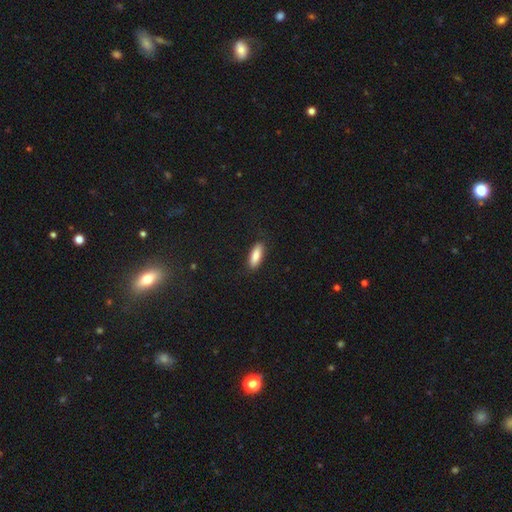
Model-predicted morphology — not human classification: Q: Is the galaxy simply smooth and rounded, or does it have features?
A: smooth — 85%.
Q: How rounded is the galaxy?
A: in between — 67%.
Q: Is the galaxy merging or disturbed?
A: none — 87%.